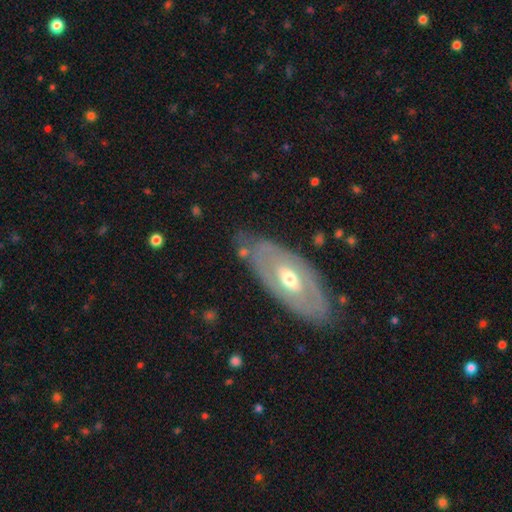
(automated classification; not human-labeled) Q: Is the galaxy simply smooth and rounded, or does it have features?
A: featured or disk — 70%.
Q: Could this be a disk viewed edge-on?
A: no — 86%.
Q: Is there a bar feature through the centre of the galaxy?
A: no — 68%.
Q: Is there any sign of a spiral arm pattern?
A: no — 62%.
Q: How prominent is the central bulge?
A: moderate — 66%.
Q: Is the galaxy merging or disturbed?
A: none — 78%.